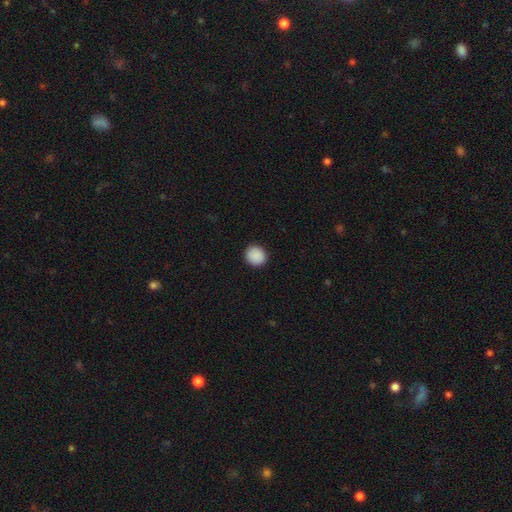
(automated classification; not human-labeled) This is clearly a smooth galaxy (90%). How rounded: clearly round (87%). Merging: clearly none (92%).